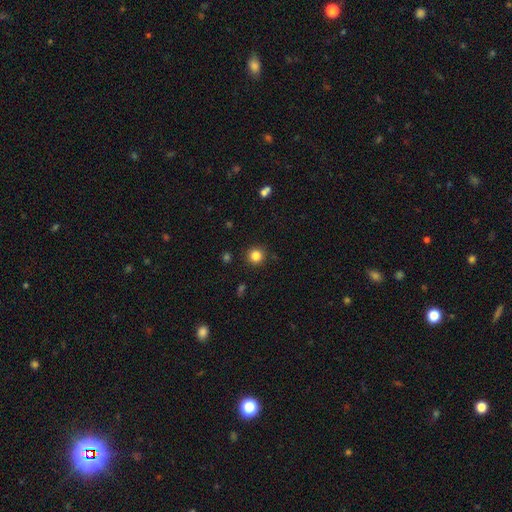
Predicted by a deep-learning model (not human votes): Smooth or featured? Predicted: smooth (p=0.83). How rounded? Predicted: round (p=0.94). Merging? Predicted: none (p=0.91).